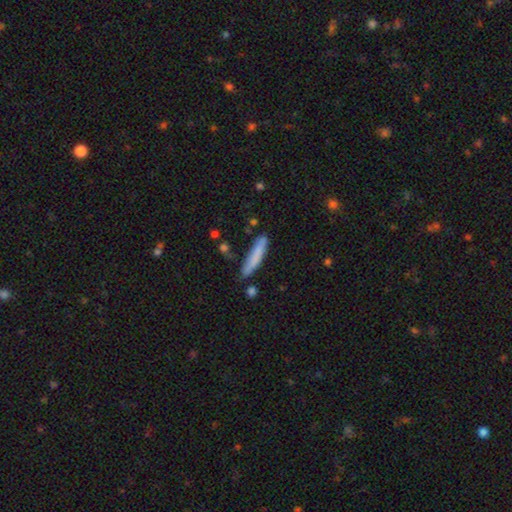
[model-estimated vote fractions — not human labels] Smooth or featured: smooth — 78% (featured or disk — 15%)
How rounded: cigar-shaped — 89% (in between — 10%)
Merging: none — 72% (minor disturbance — 20%)